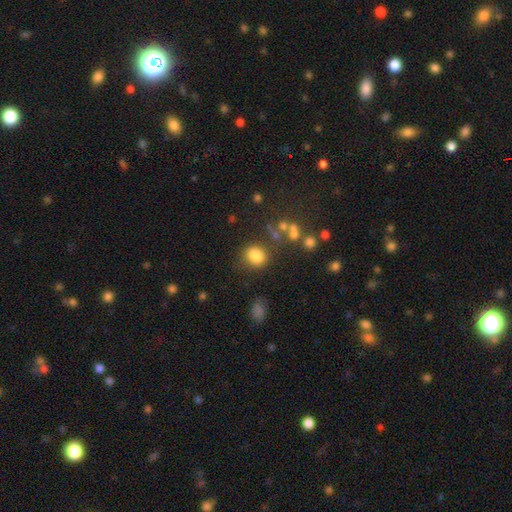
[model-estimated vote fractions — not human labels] This is clearly a smooth galaxy (81%). How rounded: possibly round (52%). Merging: likely none (68%).